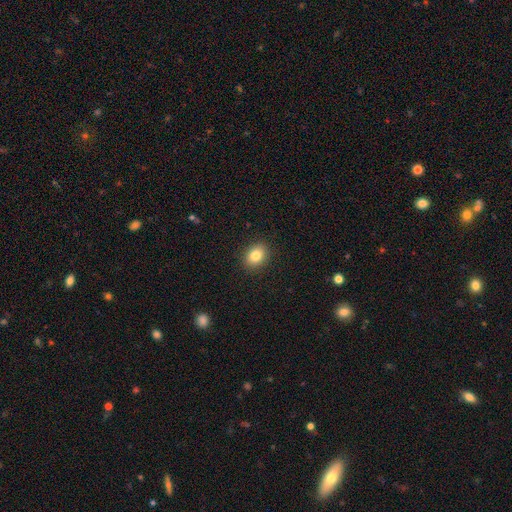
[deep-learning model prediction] A smooth galaxy with no disk features (83%) that is in between round and cigar-shaped (59%).

Vote fractions:
- Smooth or featured? smooth: 83% / star or artifact: 9% / featured or disk: 8%
- How rounded? in between: 59% / round: 40% / cigar-shaped: 1%
- Merging? none: 90% / minor disturbance: 7% / major disturbance: 2% / merger: 1%